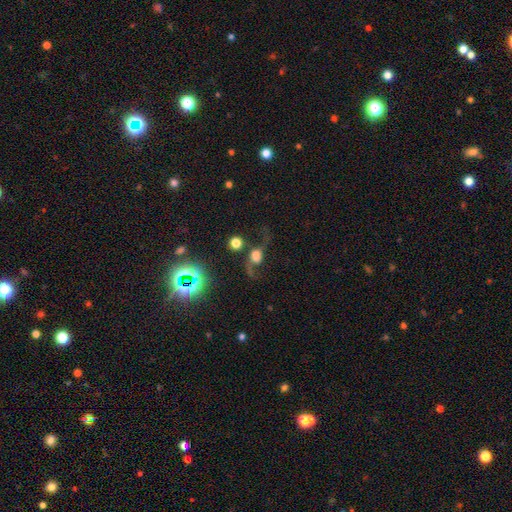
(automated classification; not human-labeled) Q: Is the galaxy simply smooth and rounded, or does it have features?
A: featured or disk — 62%.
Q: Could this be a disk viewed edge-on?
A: no — 92%.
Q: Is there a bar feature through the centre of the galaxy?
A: no — 64%.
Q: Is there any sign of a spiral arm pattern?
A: yes — 91%.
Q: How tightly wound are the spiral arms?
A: loose — 92%.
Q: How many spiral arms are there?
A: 2 — 89%.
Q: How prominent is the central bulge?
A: large — 35%.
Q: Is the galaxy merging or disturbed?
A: none — 52%.